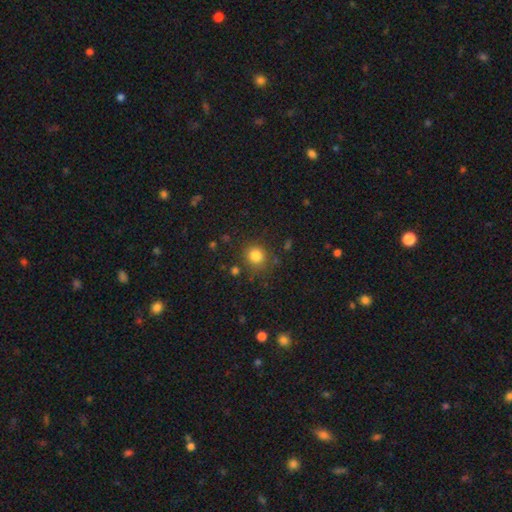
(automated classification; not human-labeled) Overall: smooth (82%). How rounded: round (86%). Merging: none (81%).